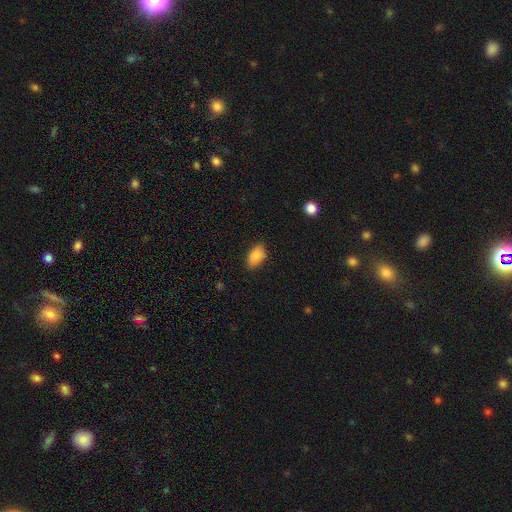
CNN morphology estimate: Smooth or featured? Predicted: smooth (p=0.85). How rounded? Predicted: in between (p=0.90). Merging? Predicted: none (p=0.84).